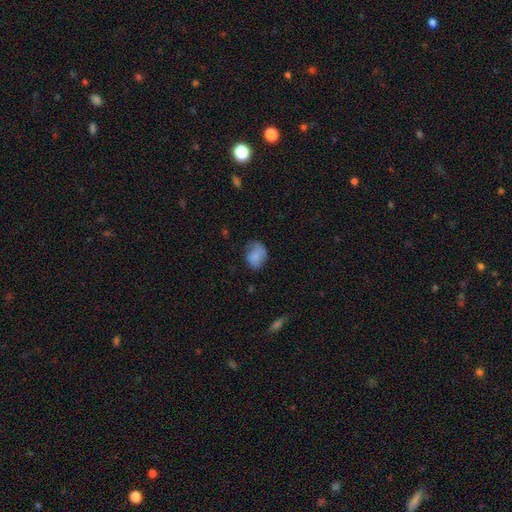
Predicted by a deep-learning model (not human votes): smooth_or_featured: smooth (p=0.75) [alt: featured or disk p=0.15]
how_rounded: in between (p=0.59) [alt: round p=0.40]
merging: none (p=0.47) [alt: minor disturbance p=0.33]